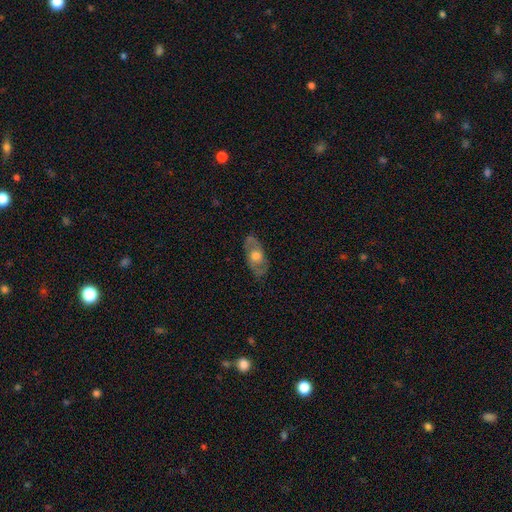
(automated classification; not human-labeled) Overall: featured or disk (61%; smooth 32%). Edge-on disk: no (83%). Bar: no (78%). Spiral arms: yes (53%; no 47%). Bulge size: moderate (60%; large 30%). Merging: none (82%).